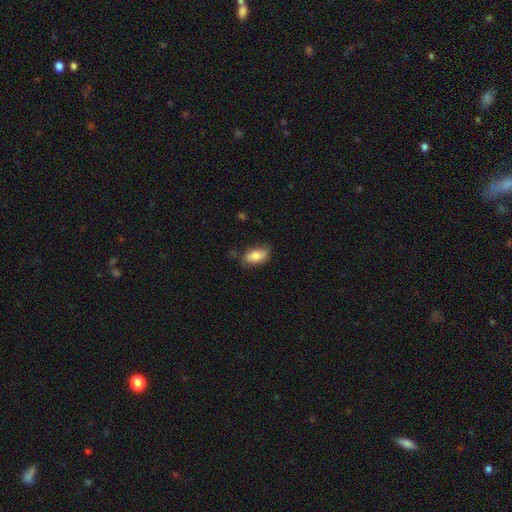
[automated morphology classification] type=smooth (80%); roundness=in between (90%); merging=none (72%).